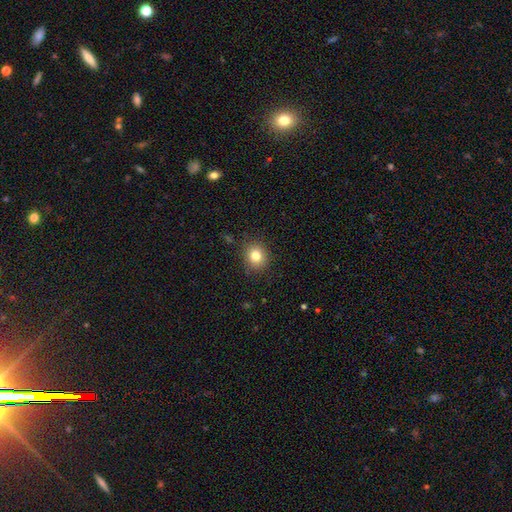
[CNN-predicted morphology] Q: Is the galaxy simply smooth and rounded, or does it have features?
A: smooth — 80%.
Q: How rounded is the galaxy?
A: round — 83%.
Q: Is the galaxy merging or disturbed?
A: none — 87%.